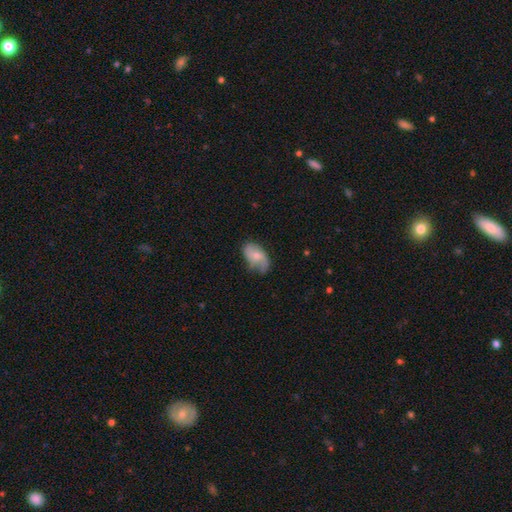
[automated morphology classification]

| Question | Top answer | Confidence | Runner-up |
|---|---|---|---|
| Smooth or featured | smooth | 57% | featured or disk (36%) |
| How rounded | in between | 91% | round (7%) |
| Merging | none | 49% | minor disturbance (36%) |